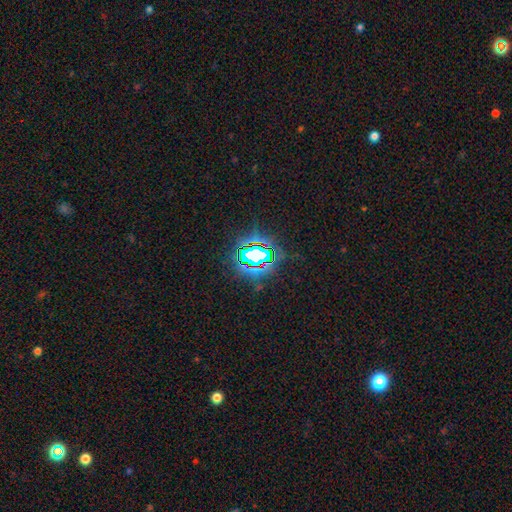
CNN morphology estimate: Overall: star or artifact (70%).